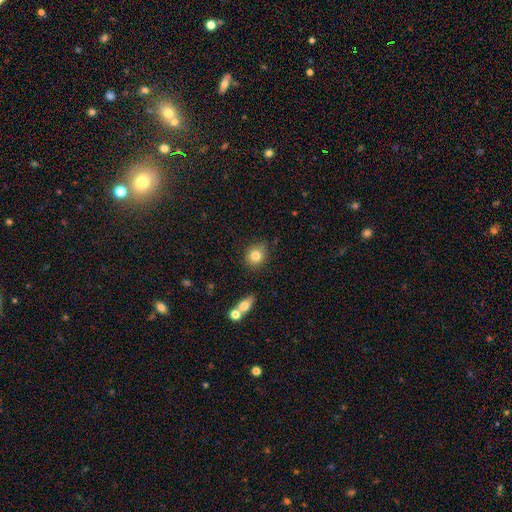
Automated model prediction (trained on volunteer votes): A smooth galaxy with no disk features (81%) that is round (79%). Merging: none (80%).